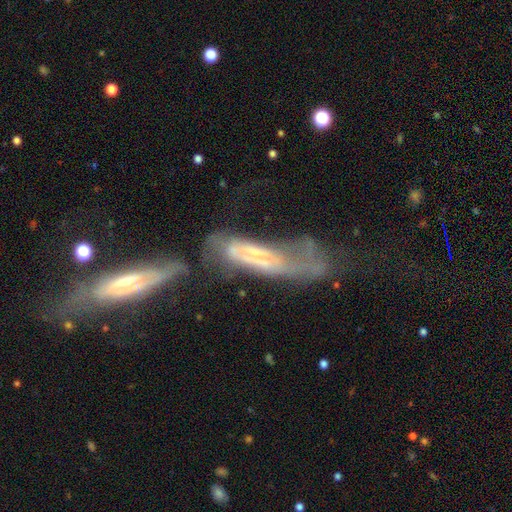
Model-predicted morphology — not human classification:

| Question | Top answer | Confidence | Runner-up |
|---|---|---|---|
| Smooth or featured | featured or disk | 59% | smooth (30%) |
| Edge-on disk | no | 67% | yes (33%) |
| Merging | merger | 39% | major disturbance (33%) |